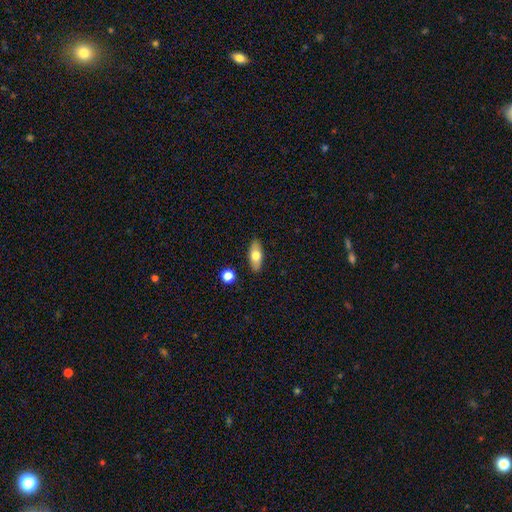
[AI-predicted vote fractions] This appears to be a smooth galaxy with no disk features (68%) that is in between round and cigar-shaped (78%). Merging: none (87%).